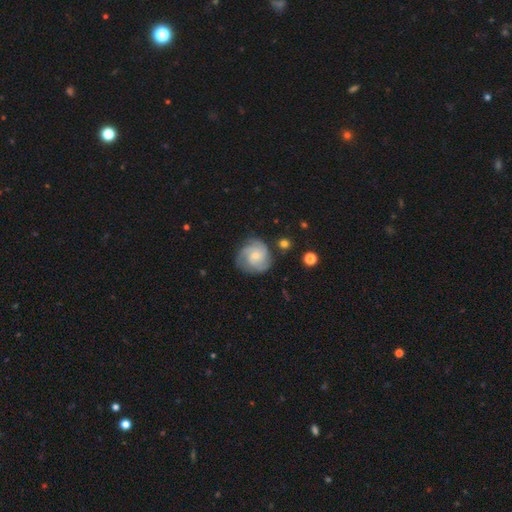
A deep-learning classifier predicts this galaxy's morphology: The model was most divided on "spiral winding": tight: 52%, medium: 39%, loose: 9%. More confident: edge-on disk — no (98%); spiral arms — yes (96%); smooth or featured — featured or disk (80%); merging — none (76%); bar — no (71%); bulge size — small (66%); spiral arm count — 3 (52%).